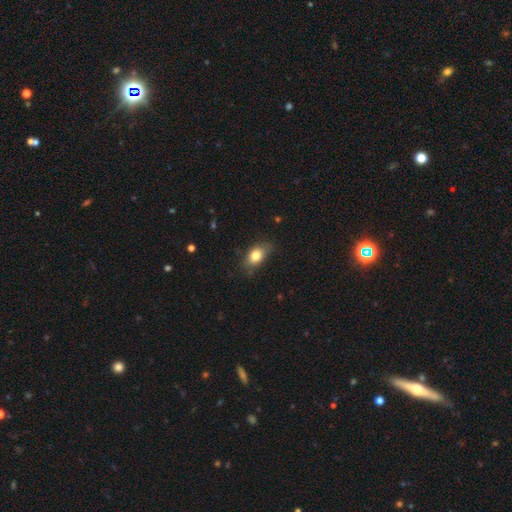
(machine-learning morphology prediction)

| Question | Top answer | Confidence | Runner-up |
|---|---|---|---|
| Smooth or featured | smooth | 79% | featured or disk (12%) |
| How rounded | in between | 81% | round (15%) |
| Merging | none | 74% | minor disturbance (21%) |